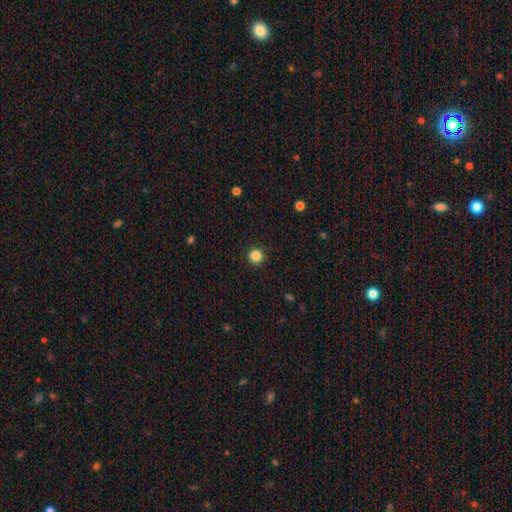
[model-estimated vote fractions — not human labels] Smooth or featured? smooth (85%)
How rounded? round (96%)
Merging? none (92%)